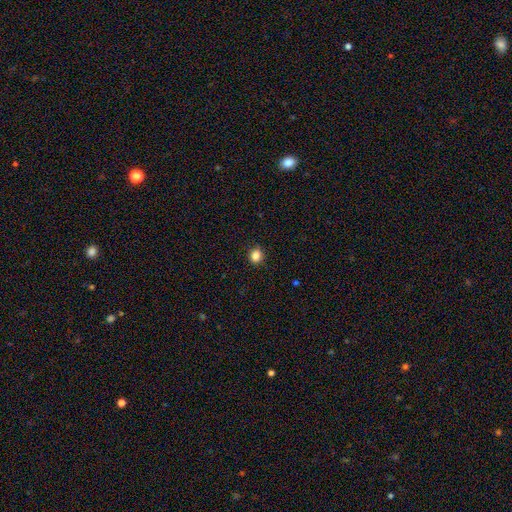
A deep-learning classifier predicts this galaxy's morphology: Smooth or featured?
  - smooth: 85% *
  - star or artifact: 11%
  - featured or disk: 4%
How rounded?
  - round: 82% *
  - in between: 17%
  - cigar-shaped: 1%
Merging?
  - none: 90% *
  - minor disturbance: 7%
  - major disturbance: 2%
  - merger: 1%